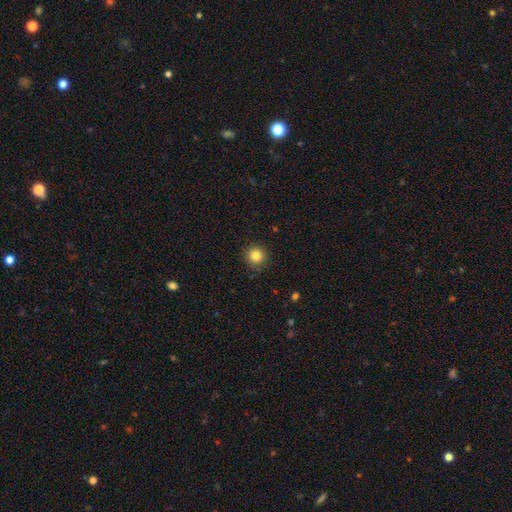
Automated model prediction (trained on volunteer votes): Smooth or featured? Predicted: smooth (p=0.83). How rounded? Predicted: round (p=0.94). Merging? Predicted: none (p=0.89).